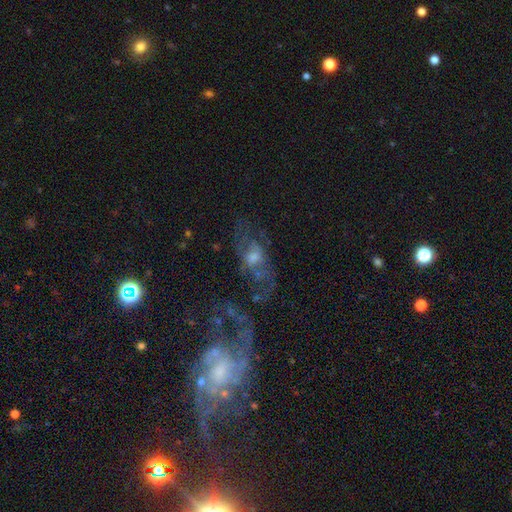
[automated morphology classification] This is likely a featured or disk galaxy (68%). It is clearly not viewed edge-on (90%). Bar: likely no (61%). Spiral arm pattern: likely yes (70%). Central bulge: marginally moderate (44%). Merging: marginally none (43%).